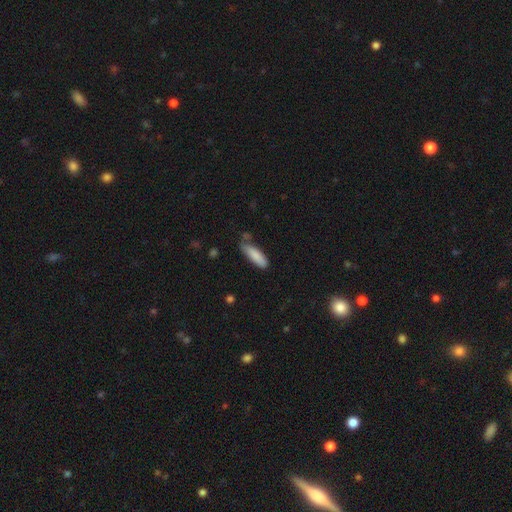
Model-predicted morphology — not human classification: Smooth or featured: smooth — 85% (featured or disk — 9%)
How rounded: cigar-shaped — 57% (in between — 41%)
Merging: none — 66% (minor disturbance — 24%)